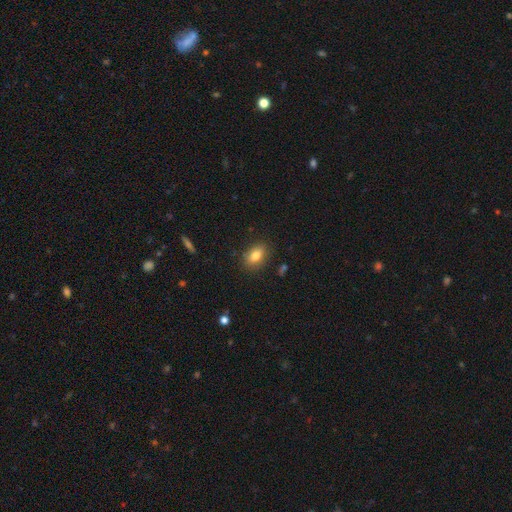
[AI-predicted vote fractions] This is clearly a smooth galaxy (81%). How rounded: clearly in between (83%). Merging: clearly none (85%).